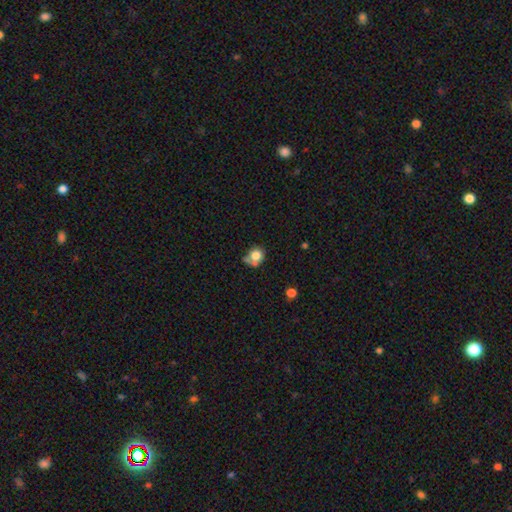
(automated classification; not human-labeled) This is likely a smooth galaxy (76%). How rounded: likely round (77%). Merging: marginally none (44%).